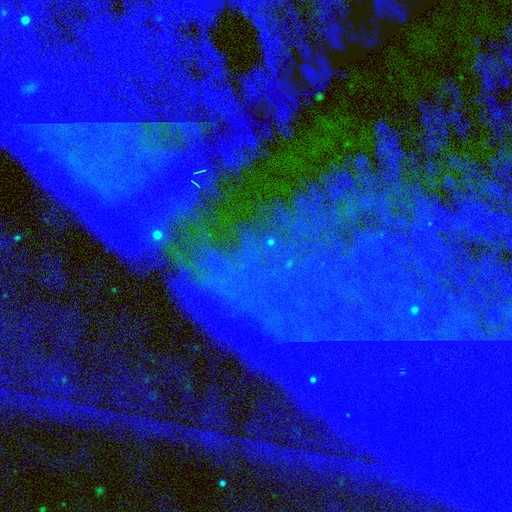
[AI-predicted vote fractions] The model was most divided on "smooth or featured": star or artifact: 82%, featured or disk: 10%, smooth: 8%.